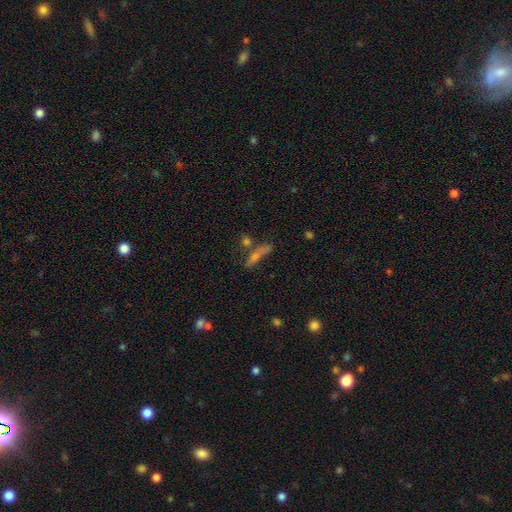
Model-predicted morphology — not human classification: This is possibly a smooth galaxy (46%). Merging: possibly none (55%).